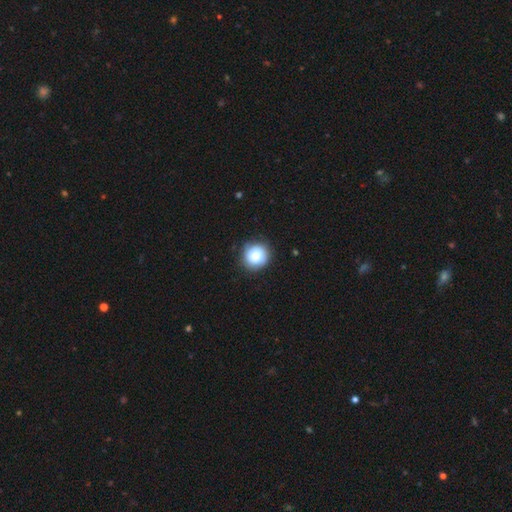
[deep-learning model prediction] The model was most divided on "smooth or featured": smooth: 74%, featured or disk: 17%, star or artifact: 9%. More confident: how rounded — round (92%); merging — none (82%).